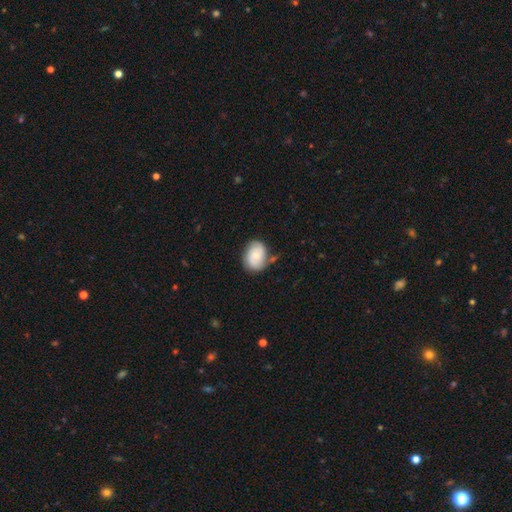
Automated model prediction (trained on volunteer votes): smooth-or-featured: smooth: 51% | featured or disk: 41% | star or artifact: 7%
  how-rounded: in between: 65% | round: 34% | cigar-shaped: 1%
  merging: none: 66% | minor disturbance: 23% | major disturbance: 6% | merger: 5%